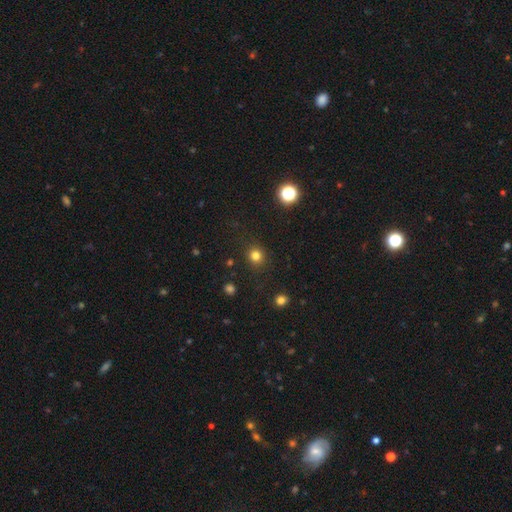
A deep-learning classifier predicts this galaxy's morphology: This appears to be a smooth galaxy with no disk features (80%) that is round (88%). Merging: none (88%).